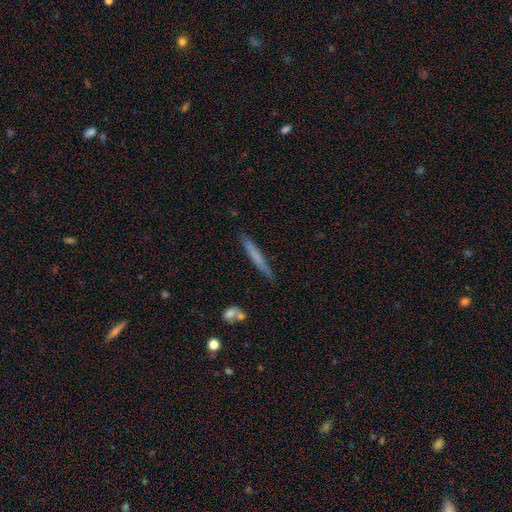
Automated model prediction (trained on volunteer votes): Q: Smooth or featured?
A: smooth (59%); runner-up: featured or disk (34%)
Q: How rounded?
A: cigar-shaped (96%); runner-up: in between (3%)
Q: Merging?
A: none (84%); runner-up: minor disturbance (11%)